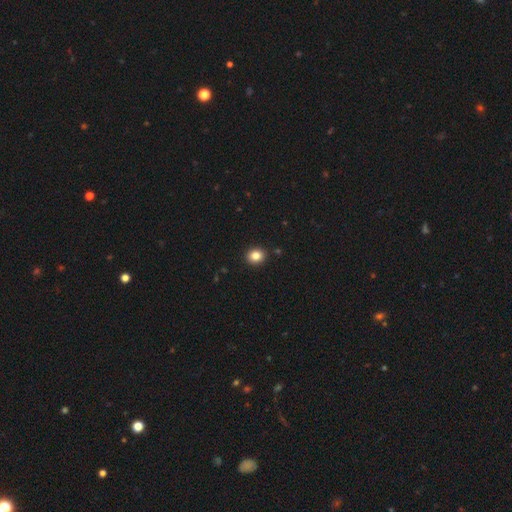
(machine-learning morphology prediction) smooth_or_featured: smooth (p=0.84) [alt: star or artifact p=0.11]
how_rounded: round (p=0.67) [alt: in between p=0.32]
merging: none (p=0.91) [alt: minor disturbance p=0.06]